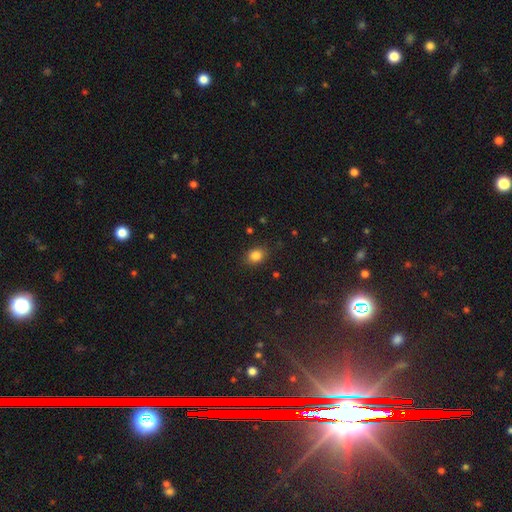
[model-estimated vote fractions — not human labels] smooth 84%, star or artifact 11%, featured or disk 5%. Down the decision tree: how rounded — in between (50%); merging — none (86%).